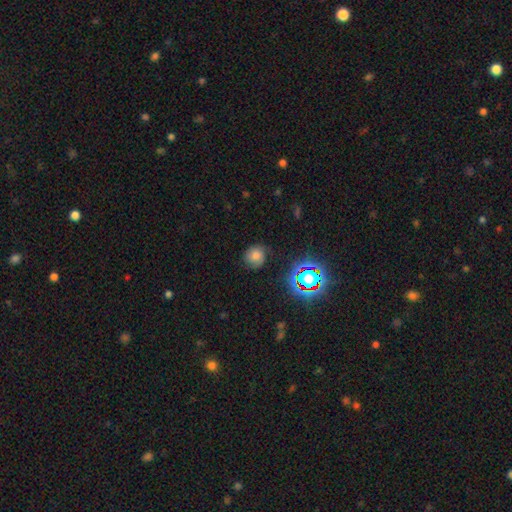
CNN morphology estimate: This is likely a smooth galaxy (67%). How rounded: clearly round (86%). Merging: likely none (76%).